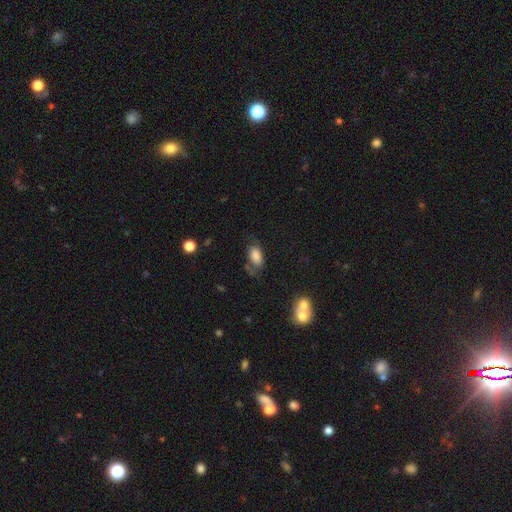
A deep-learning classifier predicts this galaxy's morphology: Smooth or featured? Predicted: smooth (p=0.80). How rounded? Predicted: in between (p=0.91). Merging? Predicted: none (p=0.55).